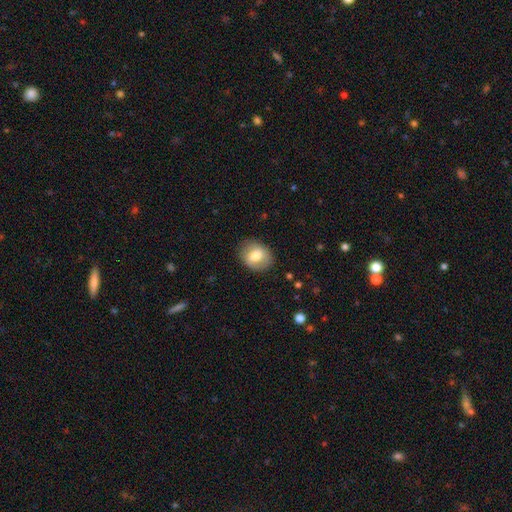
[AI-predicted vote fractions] Morphology: type=smooth (68%); roundness=round (54%); merging=none (80%).